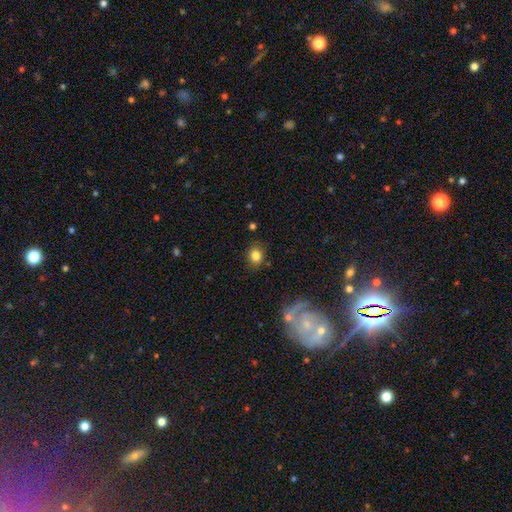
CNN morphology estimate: A smooth galaxy with no disk features (82%) that is round (59%).

Vote fractions:
- Smooth or featured? smooth: 82% / star or artifact: 10% / featured or disk: 7%
- How rounded? round: 59% / in between: 39% / cigar-shaped: 1%
- Merging? none: 84% / minor disturbance: 11% / major disturbance: 3% / merger: 2%